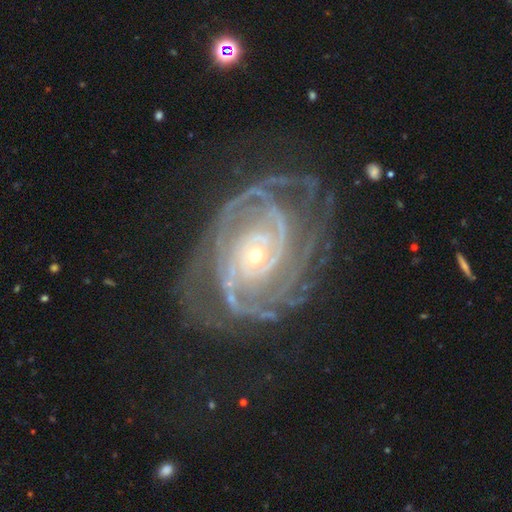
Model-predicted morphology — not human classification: Smooth or featured?
  - featured or disk: 91% *
  - star or artifact: 6%
  - smooth: 3%
Edge-on disk?
  - no: 97% *
  - yes: 3%
Bar?
  - no: 71% *
  - weak: 19%
  - strong: 10%
Spiral arms?
  - yes: 98% *
  - no: 2%
Spiral winding?
  - tight: 73% *
  - medium: 23%
  - loose: 4%
Spiral arm count?
  - 2: 23% *
  - can't tell: 21%
  - 3: 20%
  - 4: 16%
  - more than 4: 12%
  - 1: 8%
Bulge size?
  - small: 70% *
  - moderate: 26%
  - large: 2%
  - none: 1%
  - dominant: 1%
Merging?
  - none: 67% *
  - minor disturbance: 19%
  - major disturbance: 13%
  - merger: 2%